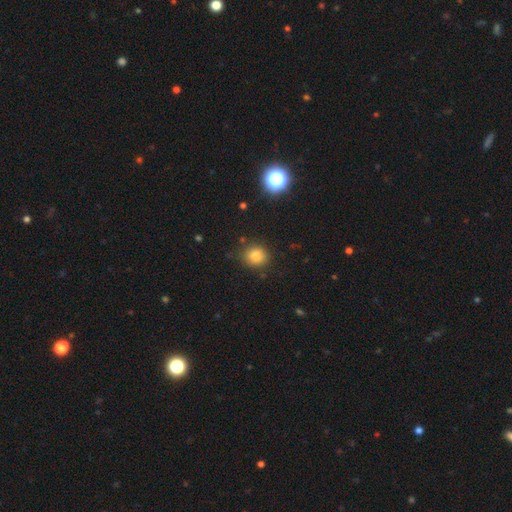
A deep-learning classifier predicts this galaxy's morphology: This appears to be a smooth galaxy with no disk features (82%) that is round (74%). Merging: none (81%).